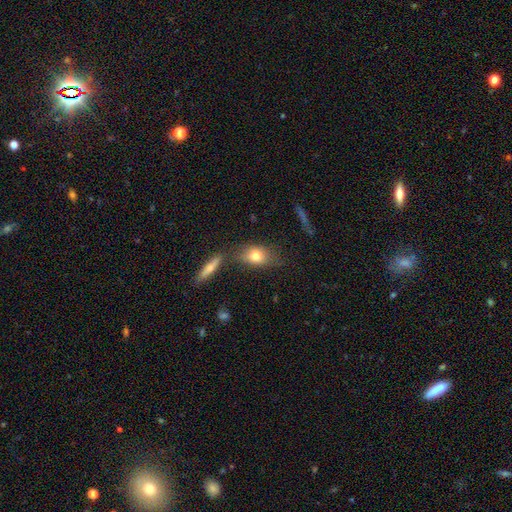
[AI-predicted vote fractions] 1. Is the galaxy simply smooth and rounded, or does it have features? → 75% smooth, 16% featured or disk, 9% star or artifact.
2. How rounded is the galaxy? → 75% in between, 19% round, 6% cigar-shaped.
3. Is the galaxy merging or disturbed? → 66% none, 17% minor disturbance, 11% merger, 6% major disturbance.